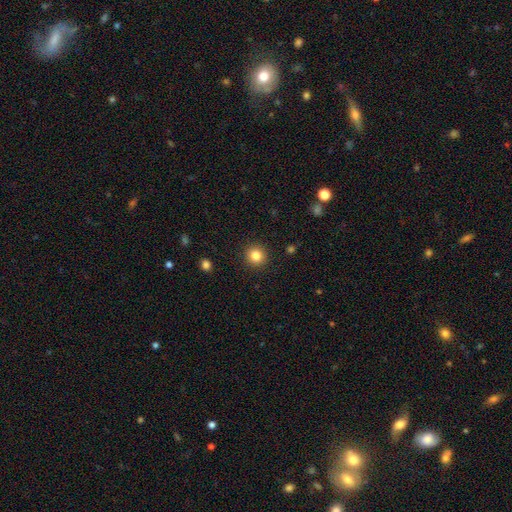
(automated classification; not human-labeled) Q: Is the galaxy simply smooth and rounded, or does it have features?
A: smooth — 83%.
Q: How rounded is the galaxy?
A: round — 94%.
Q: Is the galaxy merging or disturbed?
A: none — 93%.